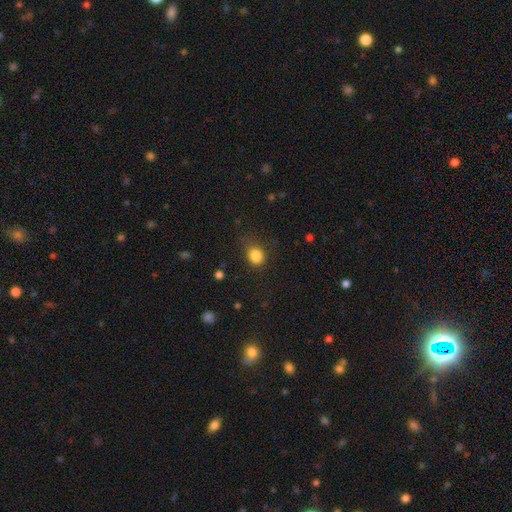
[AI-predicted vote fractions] Morphology: type=smooth (84%); roundness=round (60%); merging=none (70%).